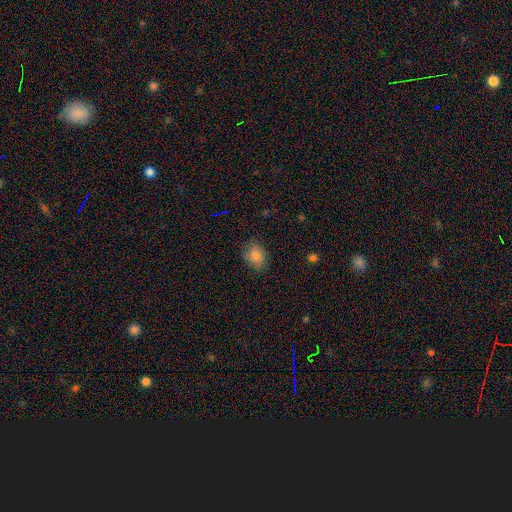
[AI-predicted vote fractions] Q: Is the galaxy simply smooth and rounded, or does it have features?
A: smooth — 84%.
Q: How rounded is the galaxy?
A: round — 50%.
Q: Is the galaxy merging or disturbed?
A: none — 77%.